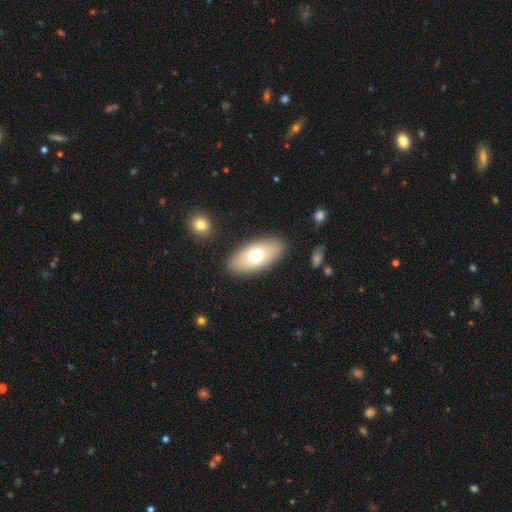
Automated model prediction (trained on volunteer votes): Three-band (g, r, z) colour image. It shows a smooth galaxy with no disk features (68%) that is in between round and cigar-shaped (91%). Merging: none (88%).